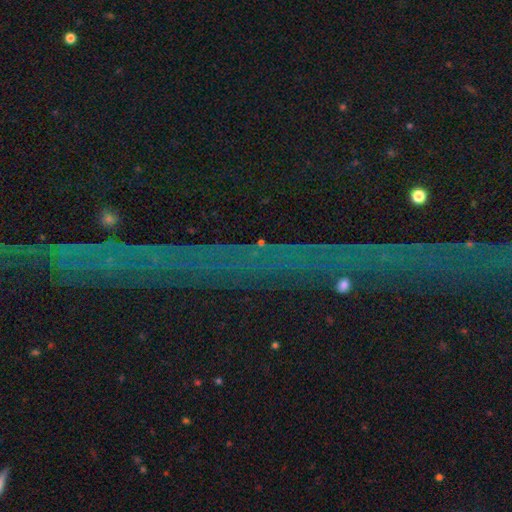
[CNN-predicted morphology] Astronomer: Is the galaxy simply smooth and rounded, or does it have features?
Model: star or artifact — 82%.